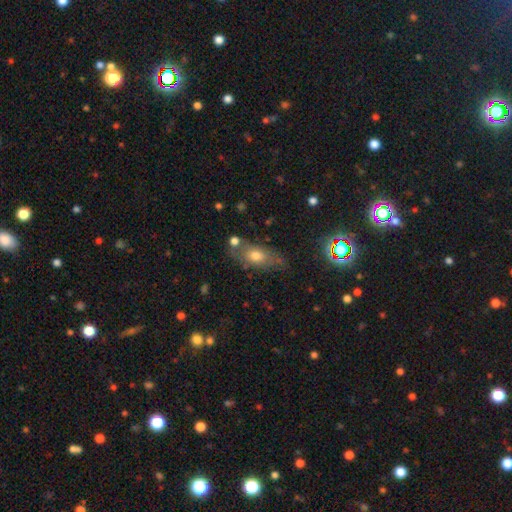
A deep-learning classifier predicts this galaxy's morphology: This is likely a smooth galaxy (64%). How rounded: likely in between (76%). Merging: possibly none (59%).